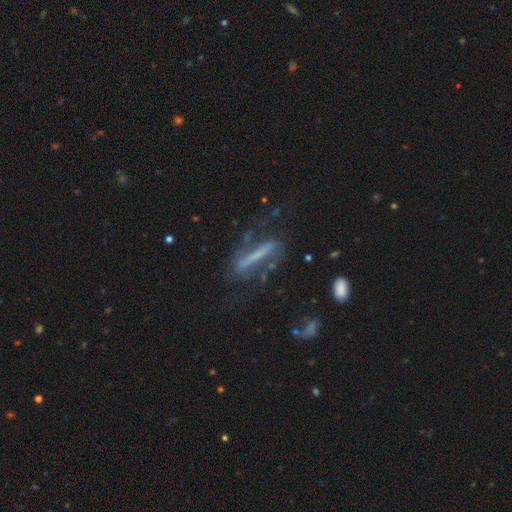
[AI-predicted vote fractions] A featured or disk galaxy (68%). Merging: none (55%).